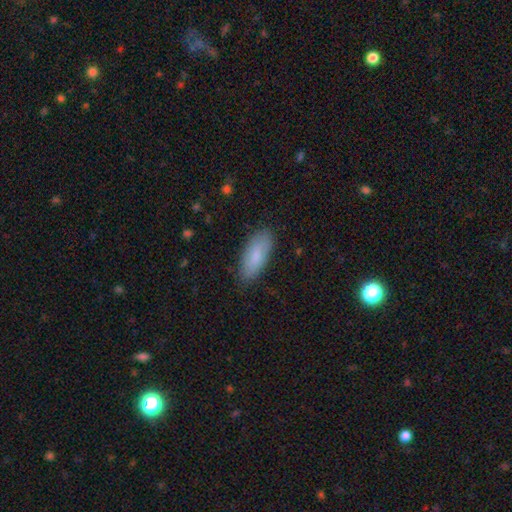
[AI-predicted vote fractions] The model was most divided on "how rounded": in between: 78%, cigar-shaped: 21%, round: 2%. More confident: merging — none (85%); smooth or featured — smooth (82%).